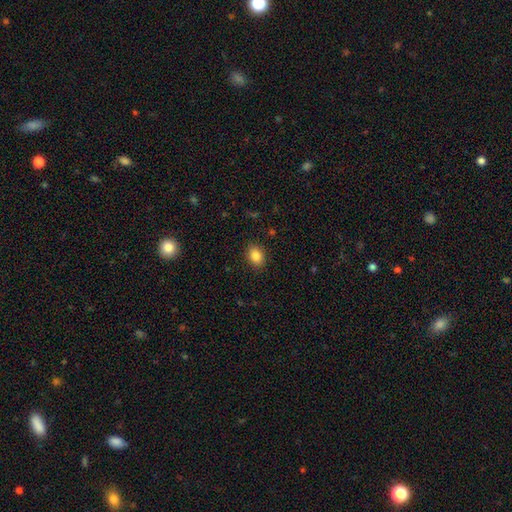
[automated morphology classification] This appears to be a smooth galaxy with no disk features (86%) that is in between round and cigar-shaped (70%). Merging: none (89%).